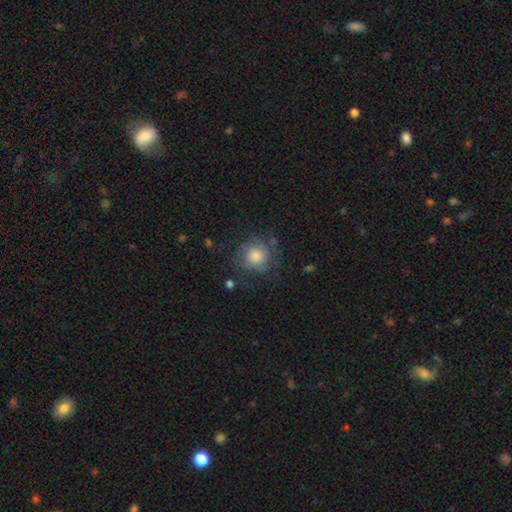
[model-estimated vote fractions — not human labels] Smooth or featured? Predicted: smooth (p=0.63). How rounded? Predicted: round (p=0.89). Merging? Predicted: none (p=0.68).